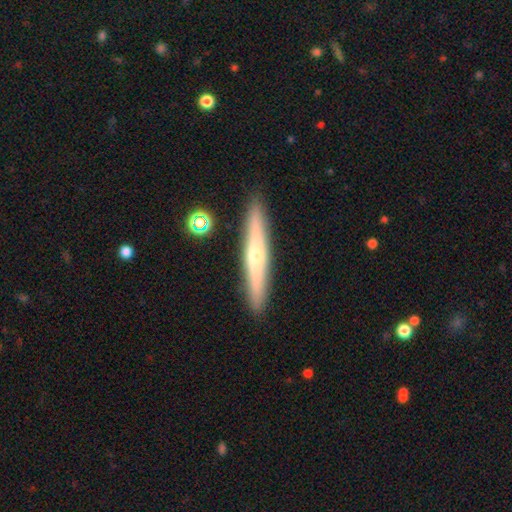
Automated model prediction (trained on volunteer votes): A featured or disk galaxy (56%) viewed edge-on (94%) with a rounded central bulge (73%).

Vote fractions:
- Smooth or featured? featured or disk: 56% / smooth: 37% / star or artifact: 6%
- Edge-on disk? yes: 94% / no: 6%
- Edge-on bulge? rounded: 73% / none: 23% / boxy: 3%
- Merging? none: 91% / minor disturbance: 6% / merger: 1% / major disturbance: 1%